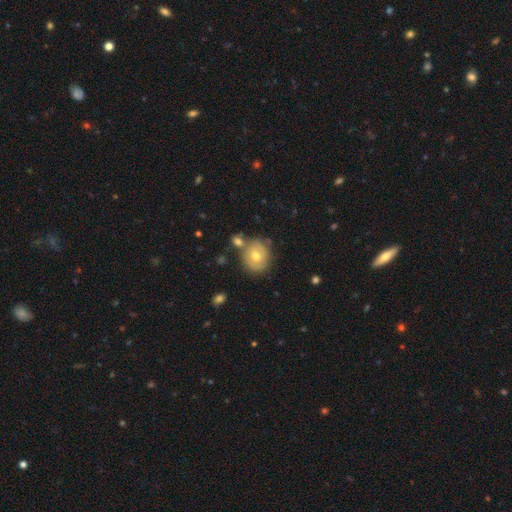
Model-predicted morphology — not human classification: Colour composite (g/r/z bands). It shows a smooth galaxy with no disk features (63%) that is round (80%). Merging: none (66%).